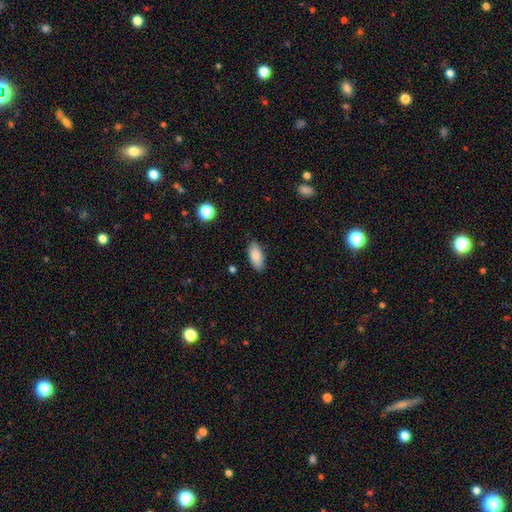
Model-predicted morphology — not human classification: Overall: smooth (86%). How rounded: in between (90%). Merging: none (86%).